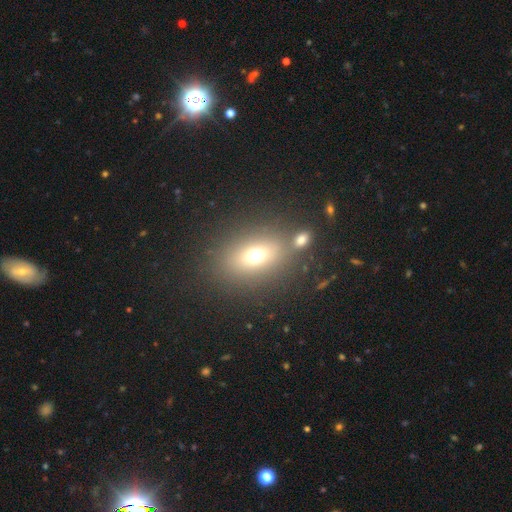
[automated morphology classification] The model was most divided on "how rounded": in between: 61%, round: 37%, cigar-shaped: 3%. More confident: smooth or featured — smooth (67%); merging — none (66%).